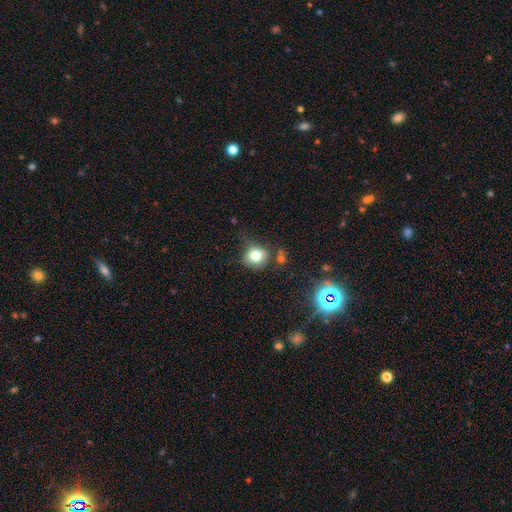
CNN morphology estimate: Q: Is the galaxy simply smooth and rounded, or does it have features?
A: smooth — 76%.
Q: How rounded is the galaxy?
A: round — 83%.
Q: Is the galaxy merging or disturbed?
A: none — 65%.